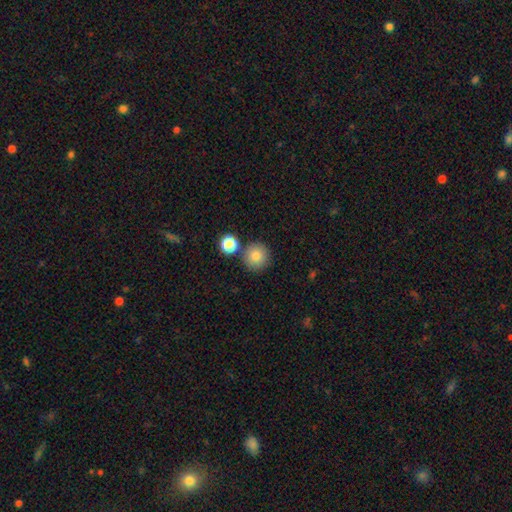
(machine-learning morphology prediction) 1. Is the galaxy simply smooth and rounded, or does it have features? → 83% smooth, 10% star or artifact, 7% featured or disk.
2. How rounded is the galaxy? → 94% round, 5% in between, 1% cigar-shaped.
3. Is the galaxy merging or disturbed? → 78% none, 13% merger, 7% minor disturbance, 2% major disturbance.